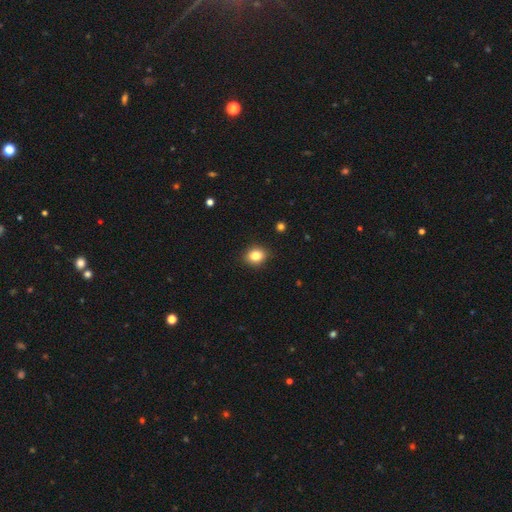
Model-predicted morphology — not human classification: smooth_or_featured: smooth (p=0.84) [alt: star or artifact p=0.11]
how_rounded: round (p=0.62) [alt: in between p=0.37]
merging: none (p=0.90) [alt: minor disturbance p=0.07]